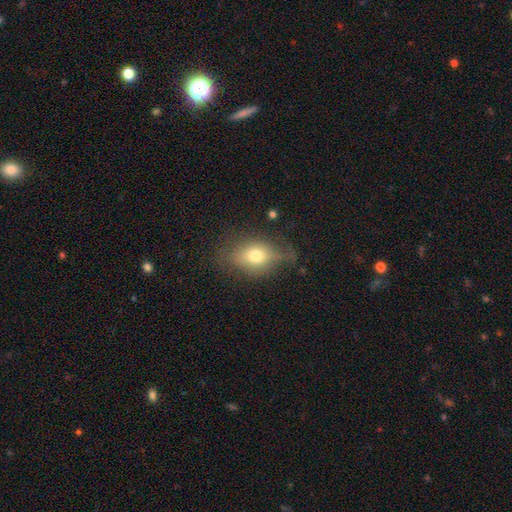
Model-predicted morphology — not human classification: Smooth or featured? smooth (66%)
How rounded? in between (69%)
Merging? none (61%)